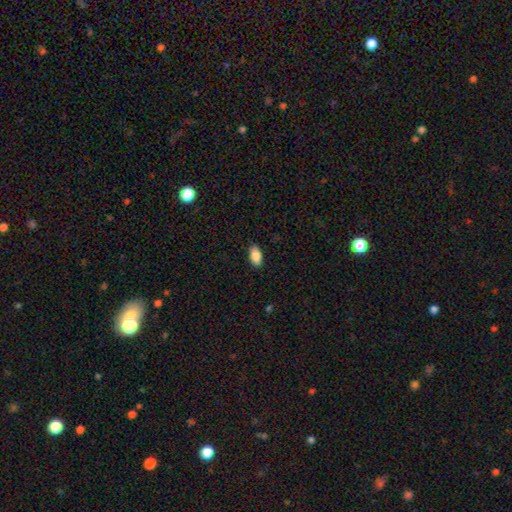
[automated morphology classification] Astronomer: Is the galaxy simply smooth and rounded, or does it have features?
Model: smooth — 88%.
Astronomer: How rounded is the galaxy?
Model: in between — 92%.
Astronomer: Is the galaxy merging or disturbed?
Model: none — 88%.